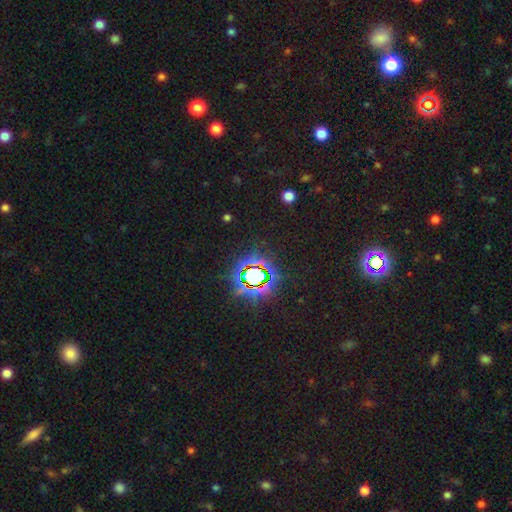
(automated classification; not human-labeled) Morphology: type=star or artifact (82%).